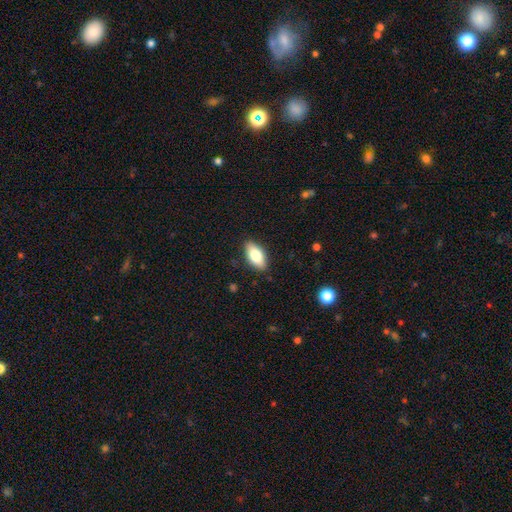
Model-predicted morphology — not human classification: This is likely a smooth galaxy (77%). How rounded: clearly in between (90%). Merging: clearly none (87%).